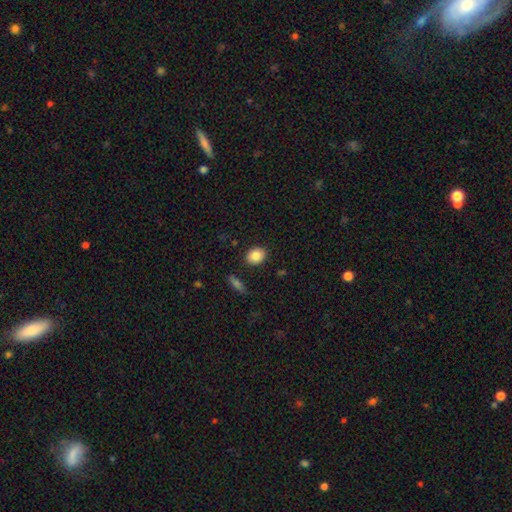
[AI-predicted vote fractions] Smooth or featured?
  - smooth: 84% *
  - star or artifact: 8%
  - featured or disk: 8%
How rounded?
  - round: 55% *
  - in between: 44%
  - cigar-shaped: 1%
Merging?
  - none: 88% *
  - minor disturbance: 8%
  - merger: 2%
  - major disturbance: 2%